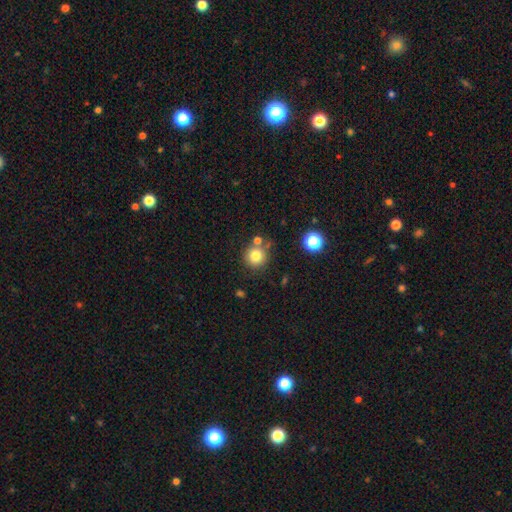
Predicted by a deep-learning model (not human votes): Overall: smooth (80%). How rounded: round (93%). Merging: none (72%).